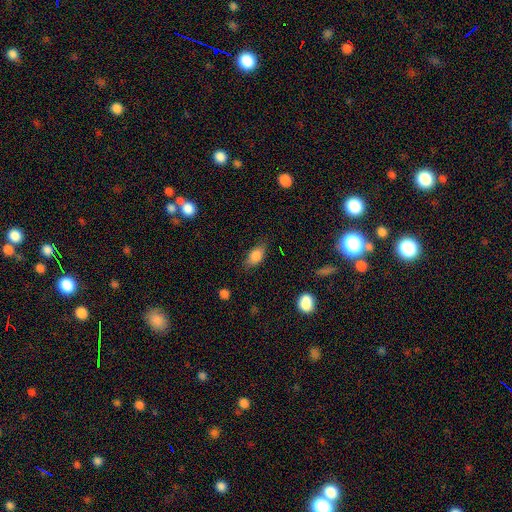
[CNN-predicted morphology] smooth_or_featured: smooth (p=0.82) [alt: featured or disk p=0.10]
how_rounded: in between (p=0.86) [alt: round p=0.08]
merging: none (p=0.77) [alt: minor disturbance p=0.18]